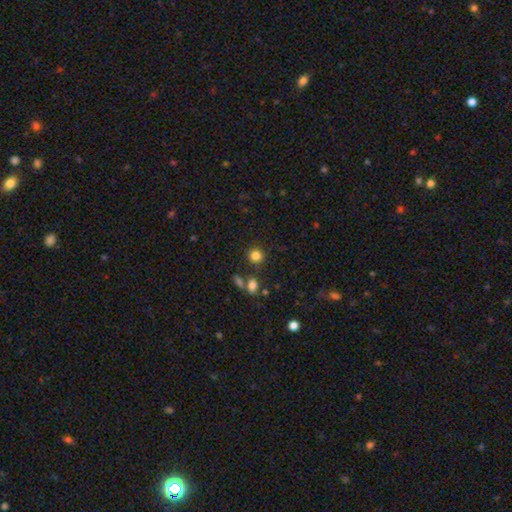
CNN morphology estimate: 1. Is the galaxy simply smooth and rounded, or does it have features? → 83% smooth, 12% star or artifact, 5% featured or disk.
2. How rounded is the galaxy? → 88% round, 11% in between, 1% cigar-shaped.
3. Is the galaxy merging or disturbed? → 83% none, 8% minor disturbance, 6% merger, 3% major disturbance.